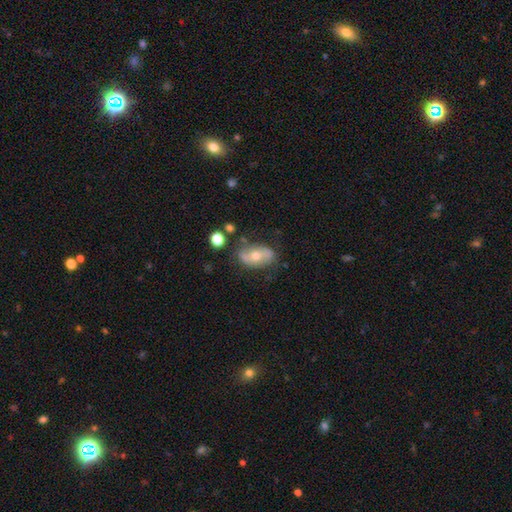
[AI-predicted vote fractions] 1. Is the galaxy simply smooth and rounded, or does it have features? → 49% featured or disk, 44% smooth, 8% star or artifact.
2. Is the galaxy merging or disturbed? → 69% none, 21% minor disturbance, 7% major disturbance, 4% merger.